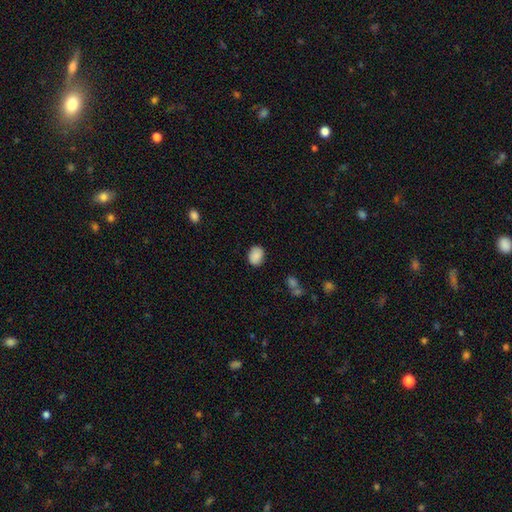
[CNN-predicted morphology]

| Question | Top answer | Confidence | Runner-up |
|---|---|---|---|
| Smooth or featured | smooth | 87% | star or artifact (8%) |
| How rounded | in between | 62% | round (37%) |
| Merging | none | 83% | minor disturbance (13%) |